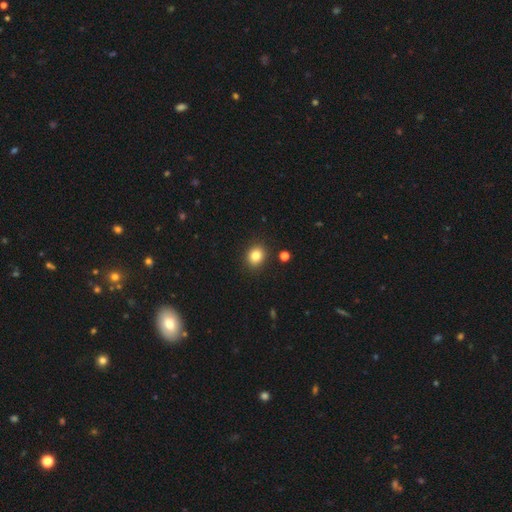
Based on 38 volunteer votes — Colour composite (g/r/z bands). It shows a smooth galaxy with no disk features (84%) that is round (66%). Merging: none (94%).